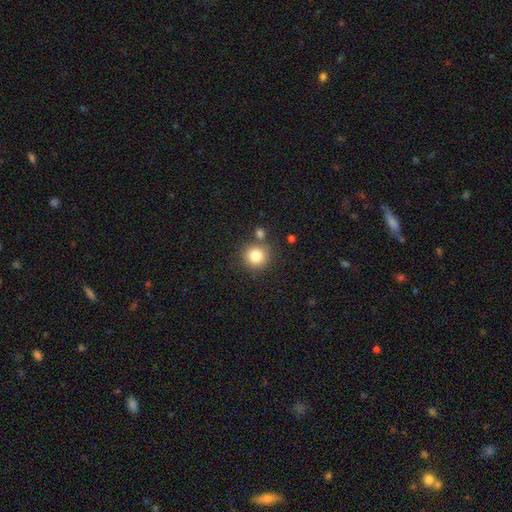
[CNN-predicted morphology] A smooth galaxy with no disk features (81%) that is round (92%).

Vote fractions:
- Smooth or featured? smooth: 81% / star or artifact: 11% / featured or disk: 7%
- How rounded? round: 92% / in between: 7% / cigar-shaped: 1%
- Merging? none: 77% / merger: 11% / minor disturbance: 9% / major disturbance: 3%